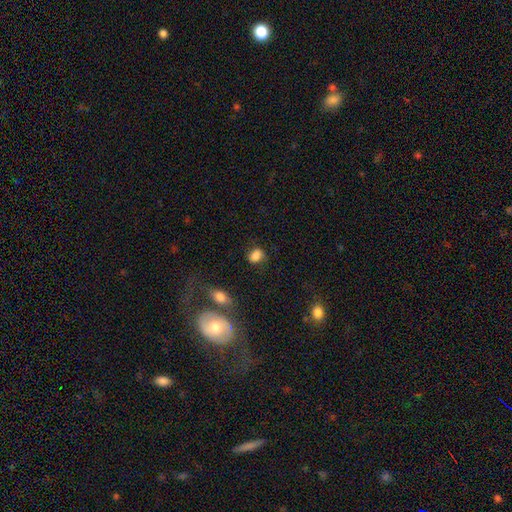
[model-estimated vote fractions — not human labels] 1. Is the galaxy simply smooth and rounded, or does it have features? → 83% smooth, 10% star or artifact, 7% featured or disk.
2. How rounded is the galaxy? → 68% in between, 31% round, 2% cigar-shaped.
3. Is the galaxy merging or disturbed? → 68% none, 20% minor disturbance, 7% major disturbance, 5% merger.